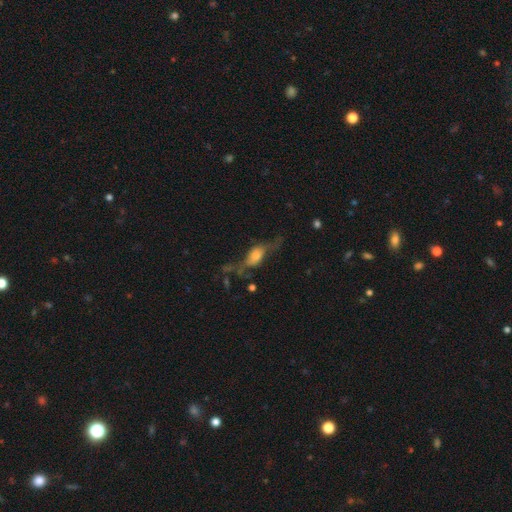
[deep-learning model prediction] Smooth or featured: featured or disk — 48% (smooth — 43%)
Merging: major disturbance — 37% (none — 35%)